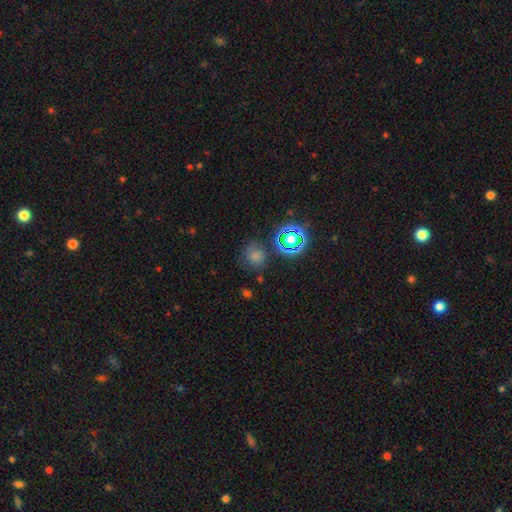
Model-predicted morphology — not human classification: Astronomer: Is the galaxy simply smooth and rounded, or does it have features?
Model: smooth — 66%.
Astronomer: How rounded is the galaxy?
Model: round — 82%.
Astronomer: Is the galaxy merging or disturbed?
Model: none — 71%.